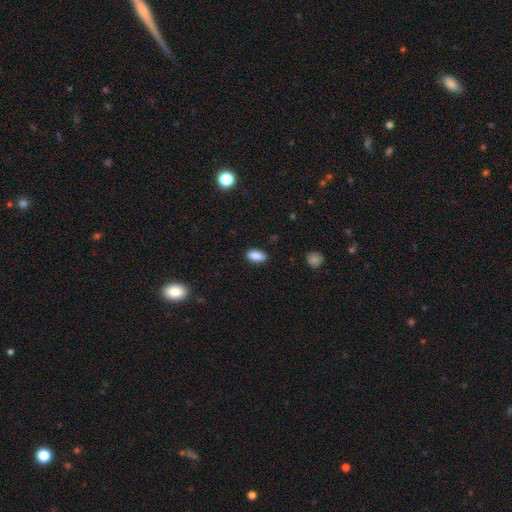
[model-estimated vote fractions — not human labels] This appears to be a smooth galaxy with no disk features (88%) that is in between round and cigar-shaped (89%). Merging: none (87%).